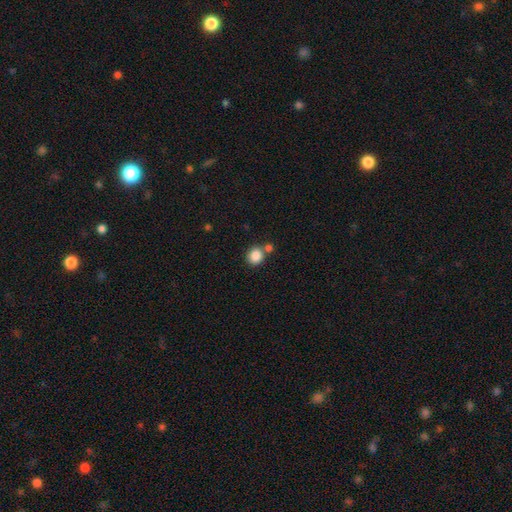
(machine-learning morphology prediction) This appears to be a smooth galaxy with no disk features (86%) that is round (82%). Merging: none (67%).